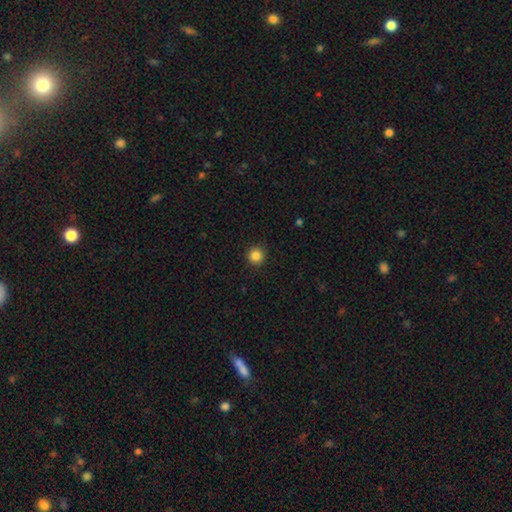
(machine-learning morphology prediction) Smooth or featured?
  - smooth: 85% *
  - star or artifact: 11%
  - featured or disk: 4%
How rounded?
  - round: 95% *
  - in between: 4%
  - cigar-shaped: 1%
Merging?
  - none: 92% *
  - minor disturbance: 5%
  - major disturbance: 2%
  - merger: 1%